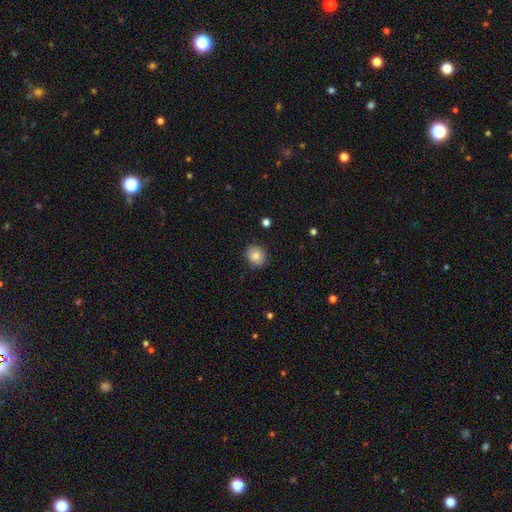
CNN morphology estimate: A smooth galaxy with no disk features (80%) that is round (70%).

Vote fractions:
- Smooth or featured? smooth: 80% / featured or disk: 10% / star or artifact: 10%
- How rounded? round: 70% / in between: 29% / cigar-shaped: 1%
- Merging? none: 87% / minor disturbance: 10% / major disturbance: 2% / merger: 1%